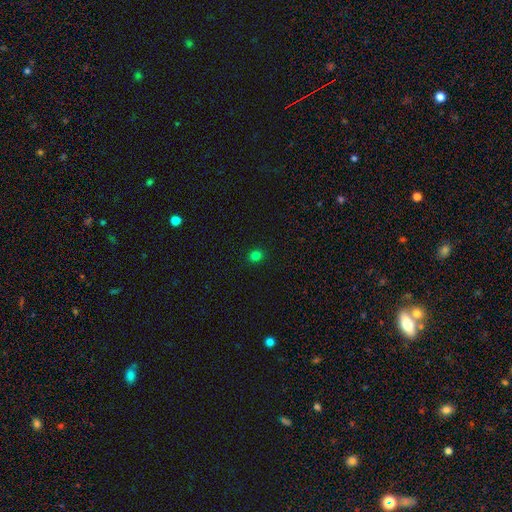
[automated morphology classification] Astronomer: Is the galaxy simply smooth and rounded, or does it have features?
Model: smooth — 80%.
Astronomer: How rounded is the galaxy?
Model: round — 74%.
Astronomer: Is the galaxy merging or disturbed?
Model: none — 91%.